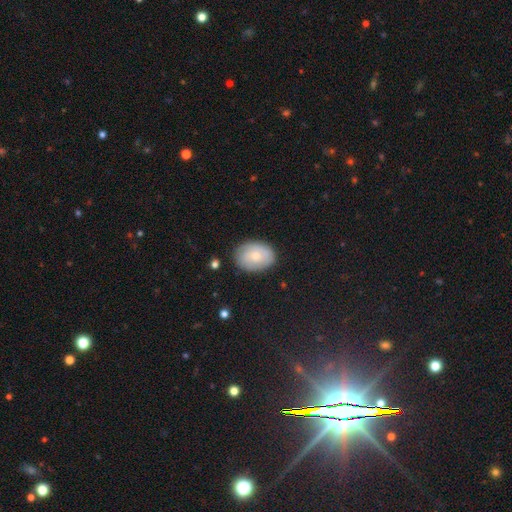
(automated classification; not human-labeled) A smooth galaxy with no disk features (56%) that is in between round and cigar-shaped (74%). Merging: none (81%).